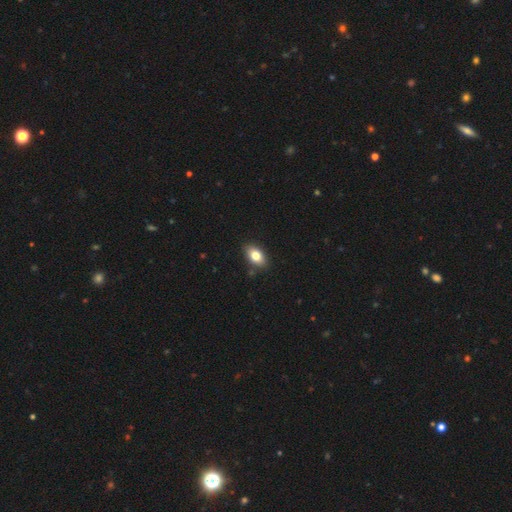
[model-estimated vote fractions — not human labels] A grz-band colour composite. It shows a smooth galaxy with no disk features (79%) that is in between round and cigar-shaped (86%). Merging: none (86%).